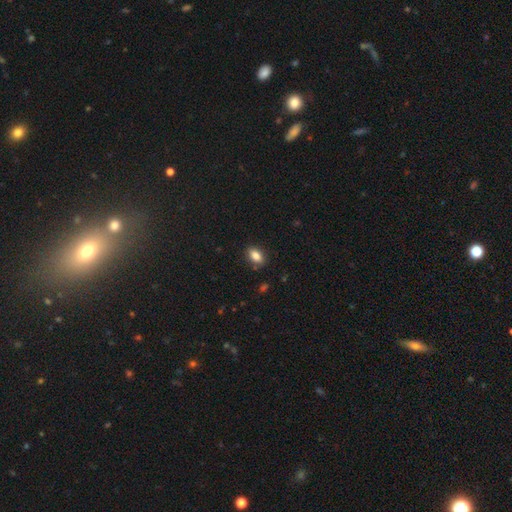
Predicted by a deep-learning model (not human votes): Morphology: type=smooth (86%); roundness=in between (88%); merging=none (87%).